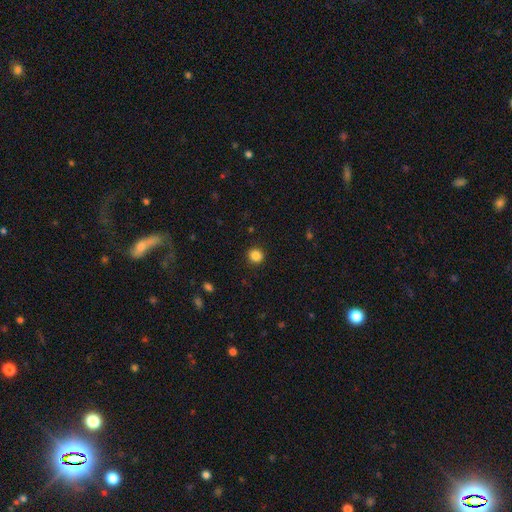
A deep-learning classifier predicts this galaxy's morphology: smooth_or_featured: smooth (p=0.86) [alt: star or artifact p=0.11]
how_rounded: round (p=0.88) [alt: in between p=0.11]
merging: none (p=0.91) [alt: minor disturbance p=0.06]